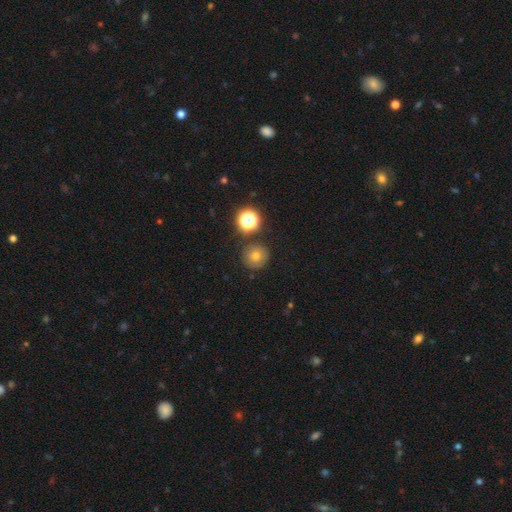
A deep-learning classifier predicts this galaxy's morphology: smooth-or-featured: smooth: 66% | star or artifact: 22% | featured or disk: 12%
  how-rounded: round: 94% | in between: 5% | cigar-shaped: 1%
  merging: none: 85% | minor disturbance: 8% | merger: 4% | major disturbance: 2%